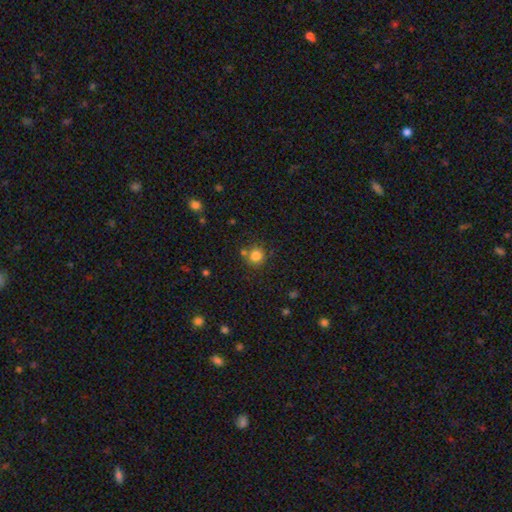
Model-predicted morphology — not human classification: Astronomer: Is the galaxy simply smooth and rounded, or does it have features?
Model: smooth — 82%.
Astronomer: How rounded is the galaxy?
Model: round — 91%.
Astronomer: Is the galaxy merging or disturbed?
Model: none — 73%.